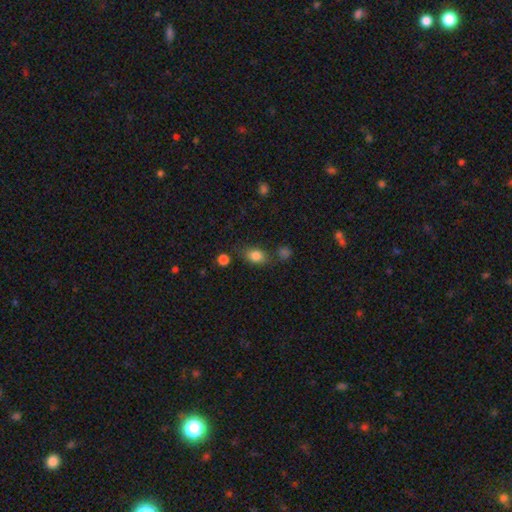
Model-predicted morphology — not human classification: Smooth or featured?
  - smooth: 83% *
  - star or artifact: 10%
  - featured or disk: 8%
How rounded?
  - in between: 72% *
  - round: 26%
  - cigar-shaped: 2%
Merging?
  - none: 72% *
  - minor disturbance: 16%
  - merger: 7%
  - major disturbance: 5%